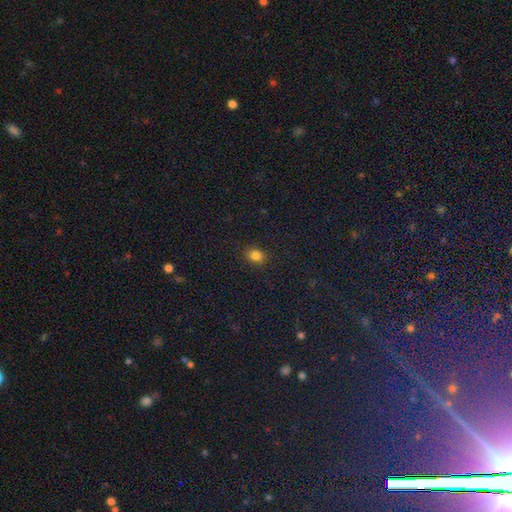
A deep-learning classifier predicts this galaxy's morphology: smooth-or-featured: smooth: 83% | star or artifact: 13% | featured or disk: 5%
  how-rounded: round: 52% | in between: 47% | cigar-shaped: 1%
  merging: none: 87% | minor disturbance: 9% | major disturbance: 2% | merger: 1%